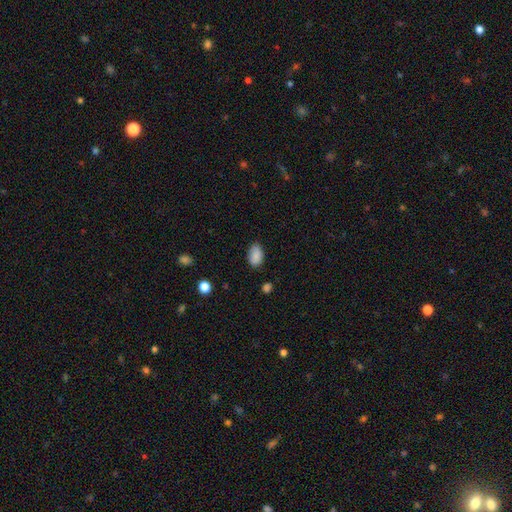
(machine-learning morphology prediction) The model was most divided on "merging": none: 75%, minor disturbance: 20%, major disturbance: 3%, merger: 1%. More confident: how rounded — in between (90%); smooth or featured — smooth (88%).